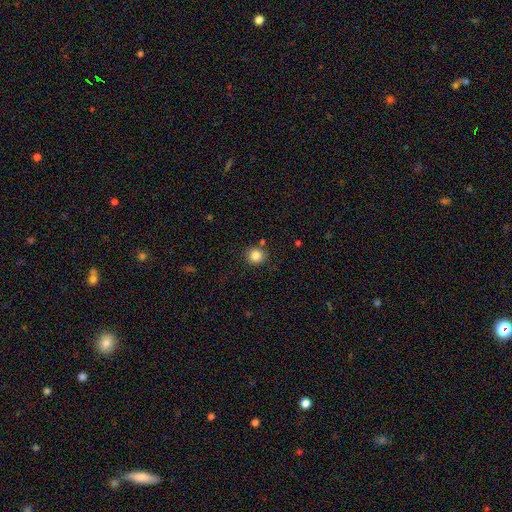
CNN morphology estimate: This is clearly a smooth galaxy (84%). How rounded: clearly round (89%). Merging: clearly none (84%).